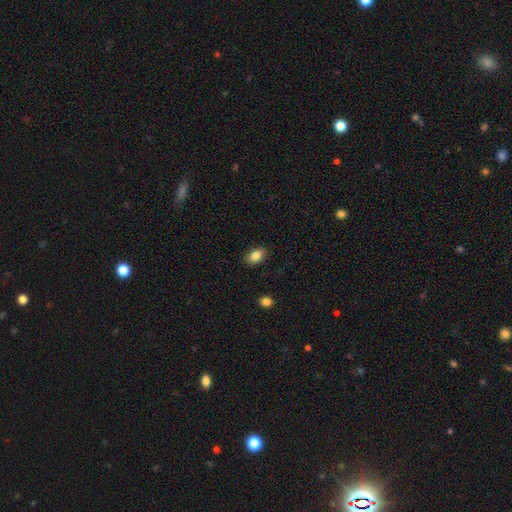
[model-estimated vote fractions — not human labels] smooth_or_featured: smooth (p=0.84) [alt: star or artifact p=0.09]
how_rounded: in between (p=0.85) [alt: round p=0.14]
merging: none (p=0.88) [alt: minor disturbance p=0.09]